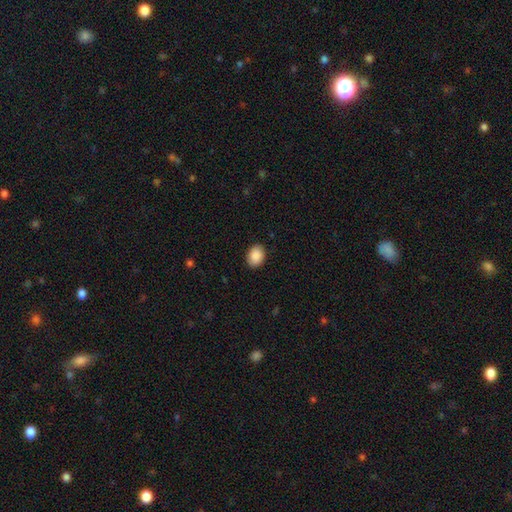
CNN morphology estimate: A smooth galaxy with no disk features (90%) that is in between round and cigar-shaped (72%).

Vote fractions:
- Smooth or featured? smooth: 90% / star or artifact: 7% / featured or disk: 3%
- How rounded? in between: 72% / round: 27% / cigar-shaped: 1%
- Merging? none: 88% / minor disturbance: 9% / major disturbance: 2% / merger: 1%